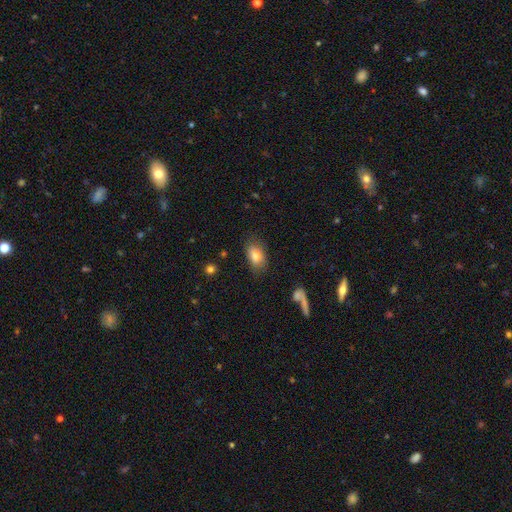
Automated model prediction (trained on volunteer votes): smooth_or_featured: smooth (p=0.81) [alt: featured or disk p=0.11]
how_rounded: in between (p=0.89) [alt: round p=0.09]
merging: none (p=0.77) [alt: minor disturbance p=0.16]